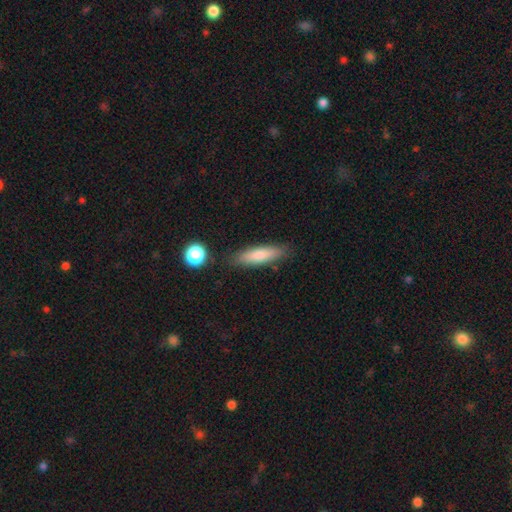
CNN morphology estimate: Smooth or featured: smooth — 64% (featured or disk — 26%)
How rounded: cigar-shaped — 75% (in between — 22%)
Merging: none — 86% (minor disturbance — 9%)